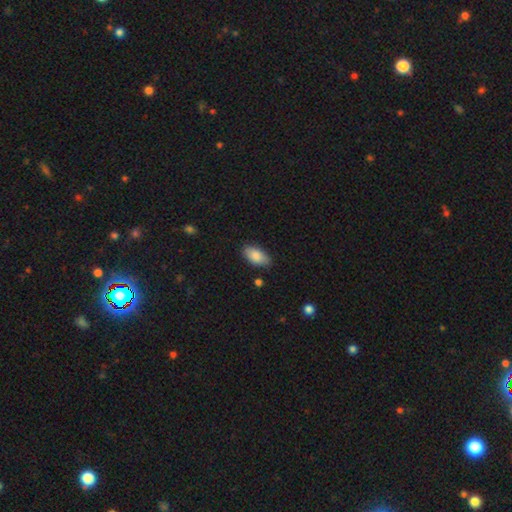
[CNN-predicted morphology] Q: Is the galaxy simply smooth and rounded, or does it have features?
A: smooth — 87%.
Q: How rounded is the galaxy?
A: in between — 93%.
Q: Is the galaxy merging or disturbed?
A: none — 84%.